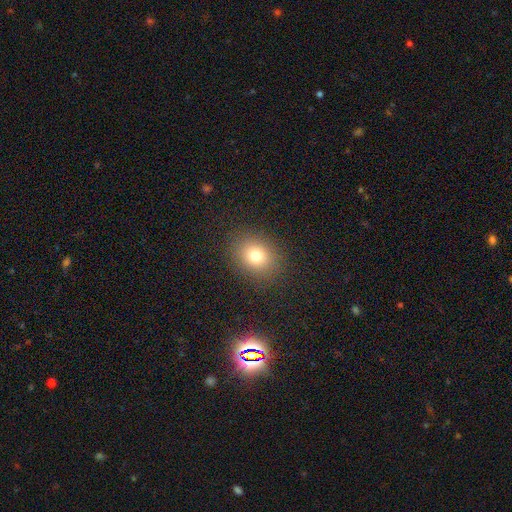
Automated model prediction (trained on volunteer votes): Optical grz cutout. It shows a smooth galaxy with no disk features (77%) that is round (60%). Merging: none (88%).